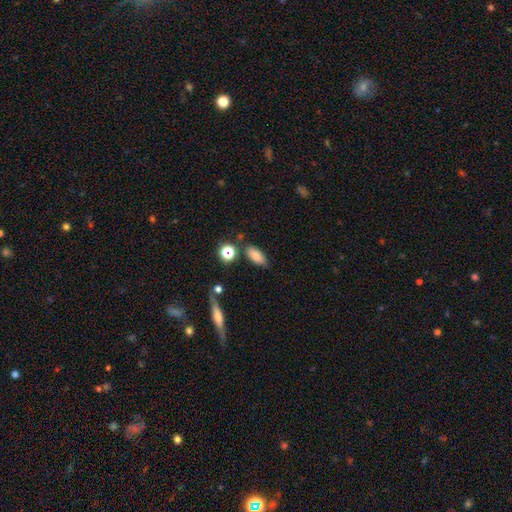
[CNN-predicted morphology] Smooth or featured? Predicted: smooth (p=0.80). How rounded? Predicted: in between (p=0.84). Merging? Predicted: none (p=0.78).